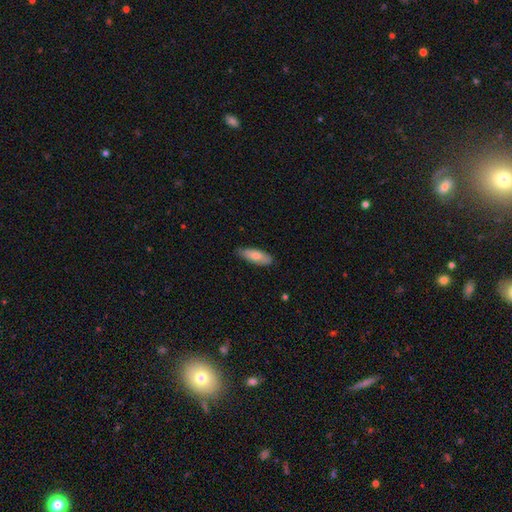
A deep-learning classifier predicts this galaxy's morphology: This appears to be a smooth galaxy with no disk features (76%) that is in between round and cigar-shaped (69%). Merging: none (80%).